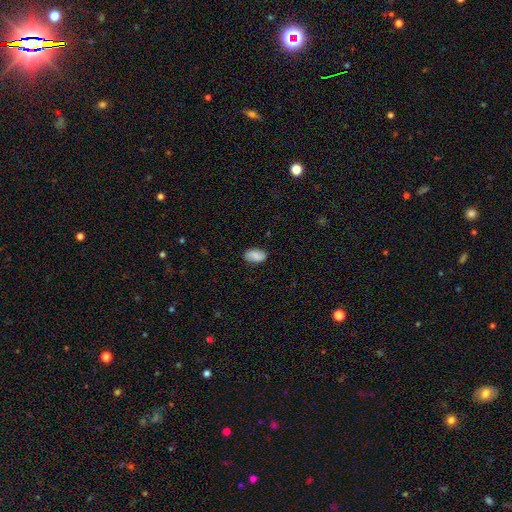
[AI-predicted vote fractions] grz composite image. It shows a smooth galaxy with no disk features (78%) that is in between round and cigar-shaped (93%). Merging: none (83%).